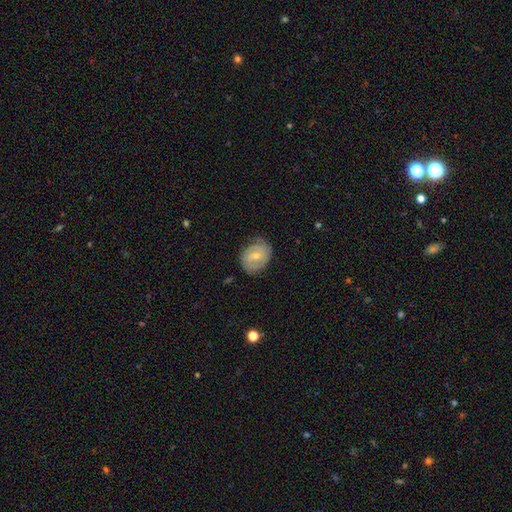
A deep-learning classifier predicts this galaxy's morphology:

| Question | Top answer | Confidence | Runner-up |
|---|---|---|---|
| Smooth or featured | featured or disk | 64% | smooth (30%) |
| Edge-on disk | no | 97% | yes (3%) |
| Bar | weak | 48% | no (42%) |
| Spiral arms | yes | 87% | no (13%) |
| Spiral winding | tight | 55% | medium (34%) |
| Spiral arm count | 2 | 58% | can't tell (24%) |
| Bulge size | small | 47% | moderate (46%) |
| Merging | none | 73% | minor disturbance (21%) |